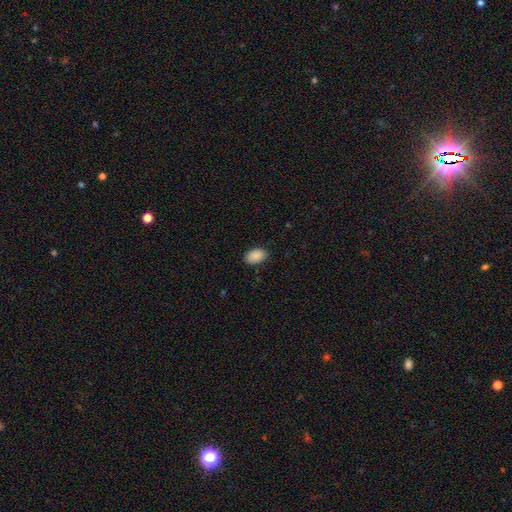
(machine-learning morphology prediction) type=smooth (90%); roundness=in between (91%); merging=none (86%).